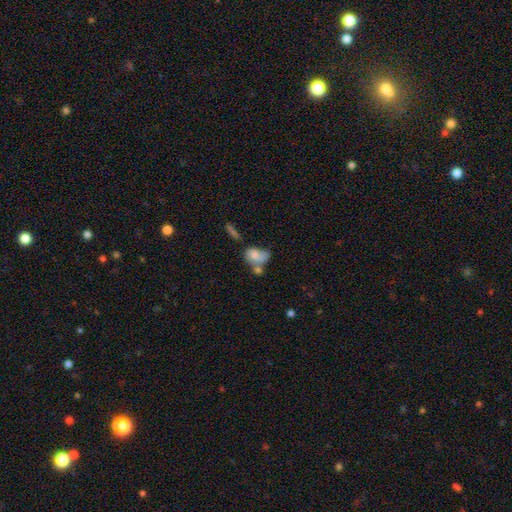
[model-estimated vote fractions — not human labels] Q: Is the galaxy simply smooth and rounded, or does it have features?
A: smooth — 67%.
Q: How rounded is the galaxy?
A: in between — 82%.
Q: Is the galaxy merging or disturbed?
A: merger — 40%.